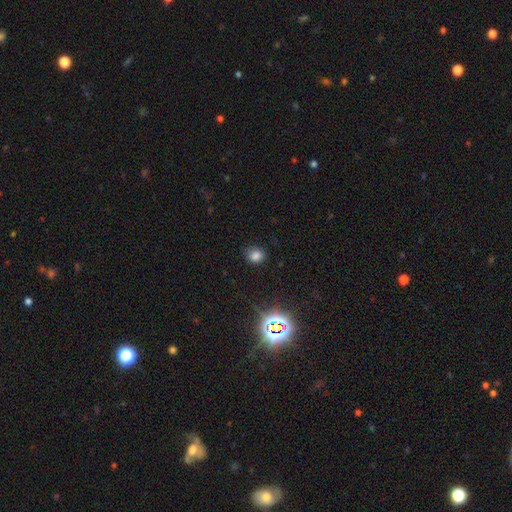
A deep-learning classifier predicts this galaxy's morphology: The model was most divided on "how rounded": round: 72%, in between: 27%, cigar-shaped: 1%. More confident: merging — none (82%); smooth or featured — smooth (77%).